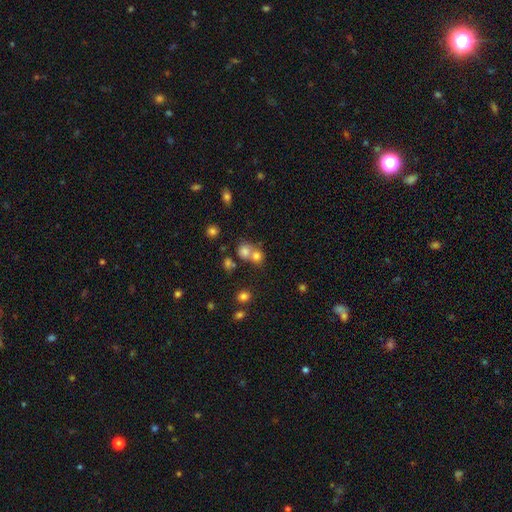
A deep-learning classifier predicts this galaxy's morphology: Smooth or featured? smooth (74%)
How rounded? round (81%)
Merging? merger (49%)